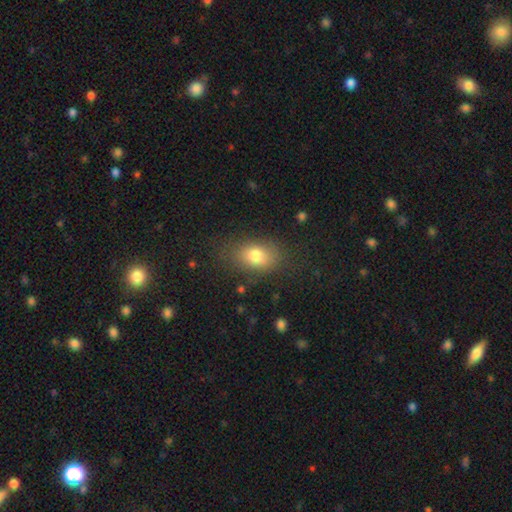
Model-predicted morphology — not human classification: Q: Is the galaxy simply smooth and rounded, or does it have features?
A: smooth — 79%.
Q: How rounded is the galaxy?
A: in between — 80%.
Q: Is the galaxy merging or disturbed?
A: none — 76%.